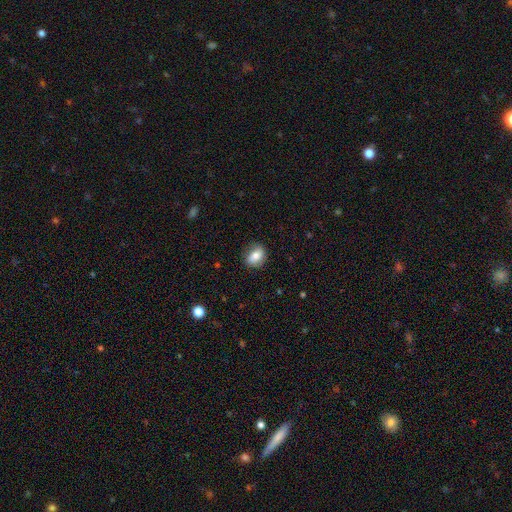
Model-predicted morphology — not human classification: A smooth galaxy with no disk features (72%) that is in between round and cigar-shaped (60%).

Vote fractions:
- Smooth or featured? smooth: 72% / featured or disk: 20% / star or artifact: 8%
- How rounded? in between: 60% / round: 38% / cigar-shaped: 2%
- Merging? none: 80% / minor disturbance: 15% / major disturbance: 4% / merger: 1%